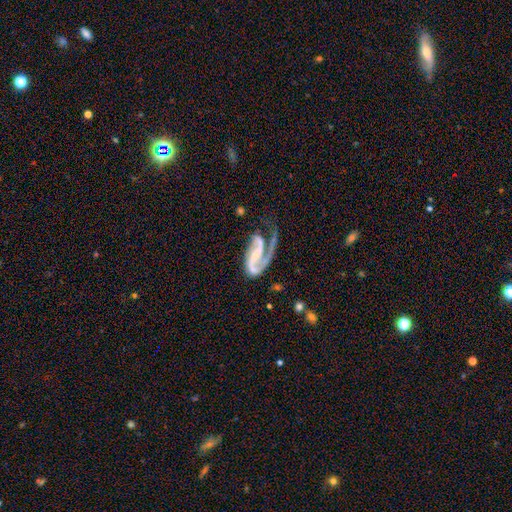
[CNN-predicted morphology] featured or disk 86%, smooth 8%, star or artifact 6%. Down the decision tree: edge-on disk — no (97%); bar — strong (35%); spiral arms — yes (95%); spiral arm count — 2 (55%); spiral winding — medium (43%); bulge size — none (45%); merging — major disturbance (41%).